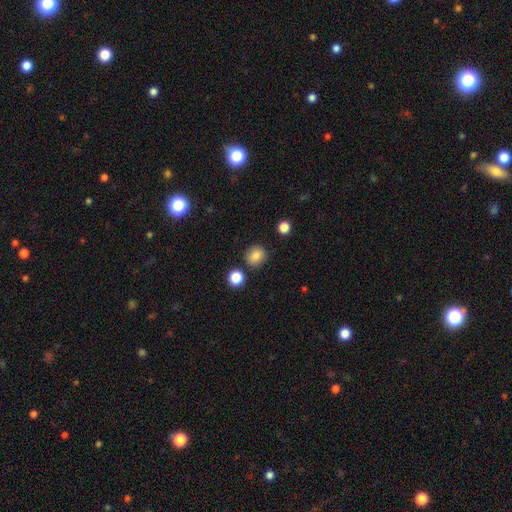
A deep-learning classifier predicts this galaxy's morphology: A smooth galaxy with no disk features (84%) that is round (80%). Merging: none (85%).